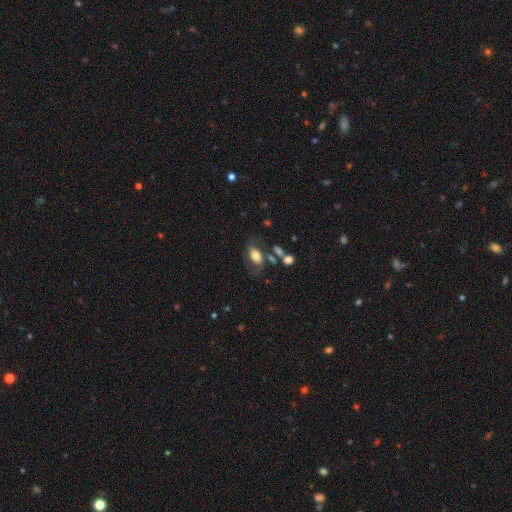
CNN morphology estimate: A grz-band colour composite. It shows a smooth galaxy with no disk features (65%) that is in between round and cigar-shaped (88%). Merging: none (55%).